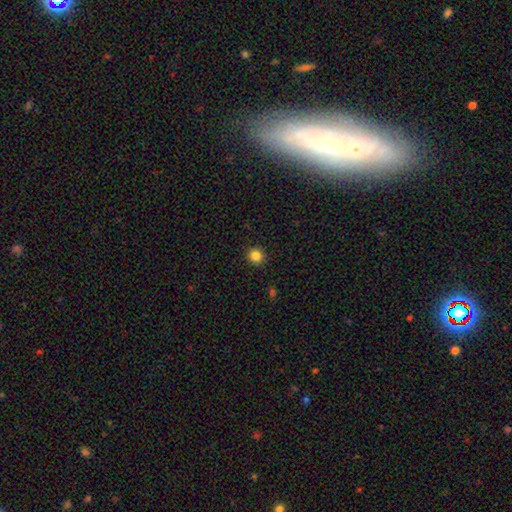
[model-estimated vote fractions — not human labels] Smooth or featured? smooth (84%)
How rounded? round (92%)
Merging? none (92%)